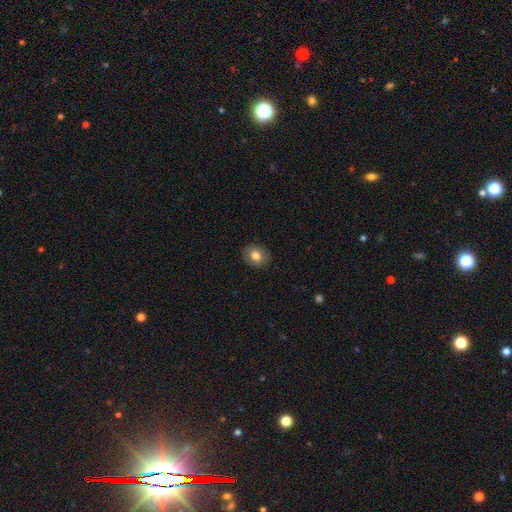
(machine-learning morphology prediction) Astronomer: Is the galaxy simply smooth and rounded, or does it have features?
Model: smooth — 79%.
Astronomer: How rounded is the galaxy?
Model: in between — 52% (runner-up: round, 48%).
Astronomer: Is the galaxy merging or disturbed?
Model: none — 88%.